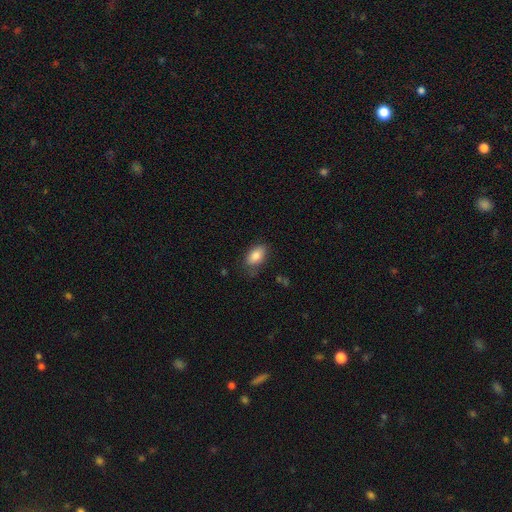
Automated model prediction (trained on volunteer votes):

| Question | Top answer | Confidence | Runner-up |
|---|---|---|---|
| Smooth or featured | smooth | 86% | star or artifact (8%) |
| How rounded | in between | 91% | round (6%) |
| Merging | none | 75% | minor disturbance (19%) |